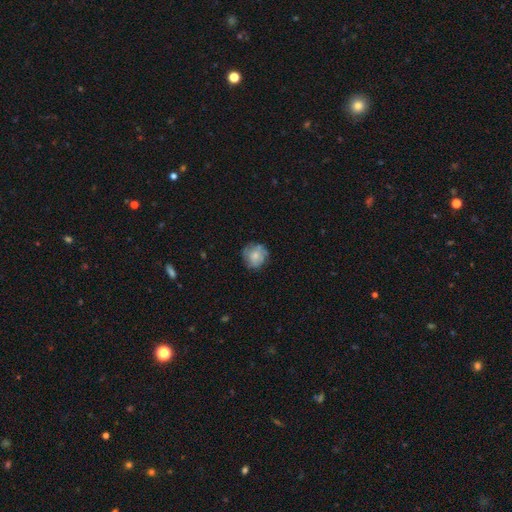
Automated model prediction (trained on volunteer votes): smooth_or_featured: smooth (p=0.62) [alt: featured or disk p=0.30]
how_rounded: round (p=0.87) [alt: in between p=0.12]
merging: none (p=0.71) [alt: minor disturbance p=0.21]